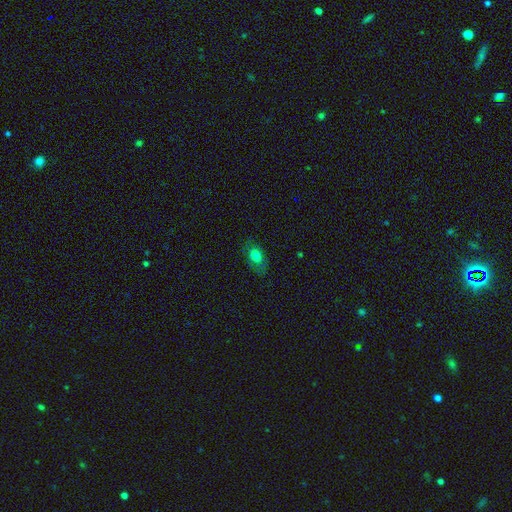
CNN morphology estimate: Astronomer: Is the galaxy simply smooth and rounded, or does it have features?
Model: smooth — 70%.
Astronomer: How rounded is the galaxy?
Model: in between — 79%.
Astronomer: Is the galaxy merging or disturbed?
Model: none — 74%.